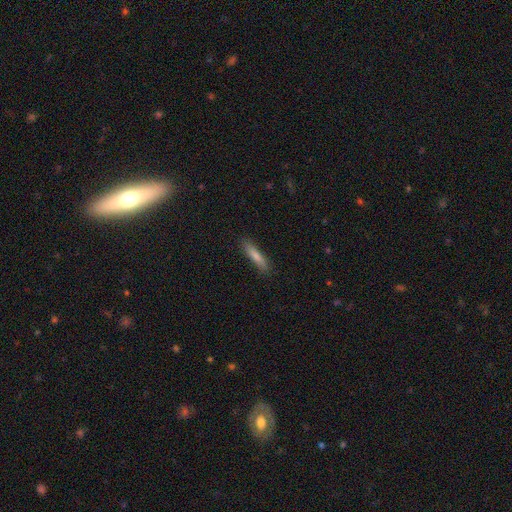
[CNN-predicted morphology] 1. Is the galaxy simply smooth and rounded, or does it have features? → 70% smooth, 22% featured or disk, 8% star or artifact.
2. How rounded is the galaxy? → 87% cigar-shaped, 11% in between, 2% round.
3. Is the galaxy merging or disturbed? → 88% none, 10% minor disturbance, 2% major disturbance, 1% merger.